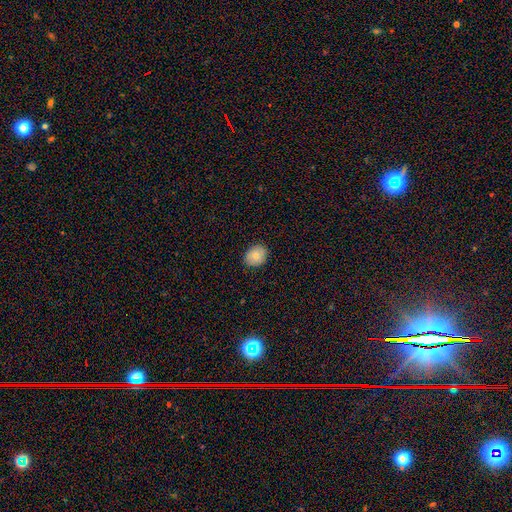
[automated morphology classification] The model was most divided on "how rounded": round: 50%, in between: 49%, cigar-shaped: 1%. More confident: merging — none (88%); smooth or featured — smooth (78%).